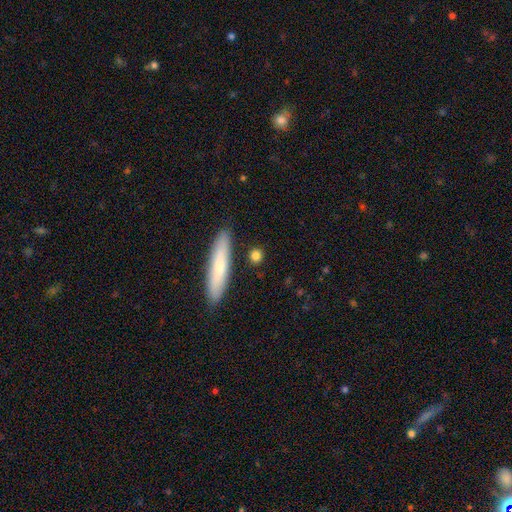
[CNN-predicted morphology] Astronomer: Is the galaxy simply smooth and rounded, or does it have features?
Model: smooth — 81%.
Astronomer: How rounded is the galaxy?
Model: round — 44% (runner-up: cigar-shaped, 35%).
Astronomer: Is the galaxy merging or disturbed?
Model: none — 86%.